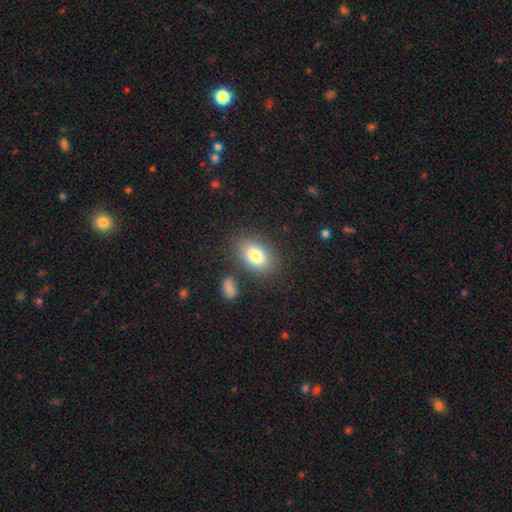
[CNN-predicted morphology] Smooth or featured?
  - smooth: 81% *
  - featured or disk: 10%
  - star or artifact: 8%
How rounded?
  - in between: 87% *
  - round: 12%
  - cigar-shaped: 2%
Merging?
  - none: 80% *
  - minor disturbance: 10%
  - merger: 5%
  - major disturbance: 4%